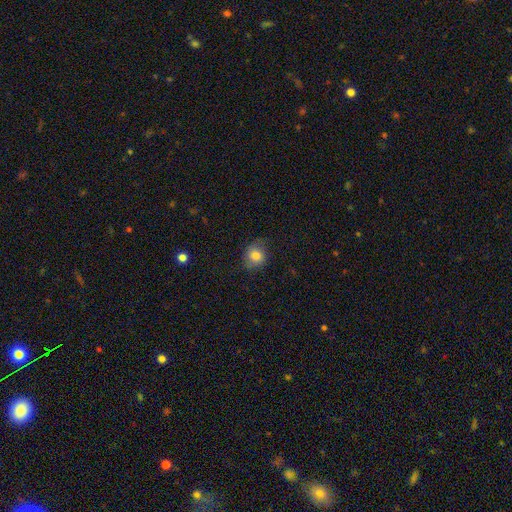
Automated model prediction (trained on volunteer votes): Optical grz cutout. It shows a smooth galaxy with no disk features (79%) that is round (75%). Merging: none (78%).